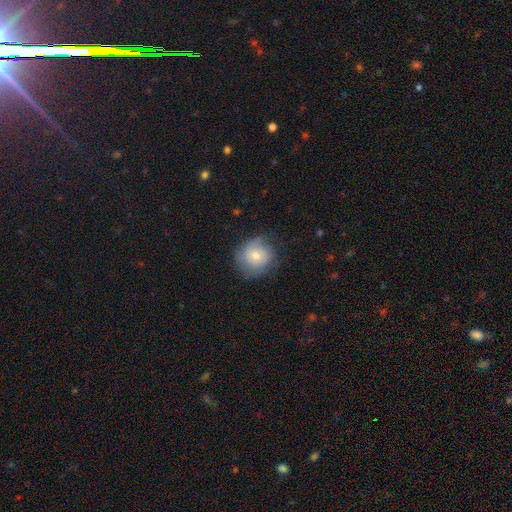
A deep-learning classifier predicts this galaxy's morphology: This is likely a smooth galaxy (62%). How rounded: clearly round (86%). Merging: likely none (68%).